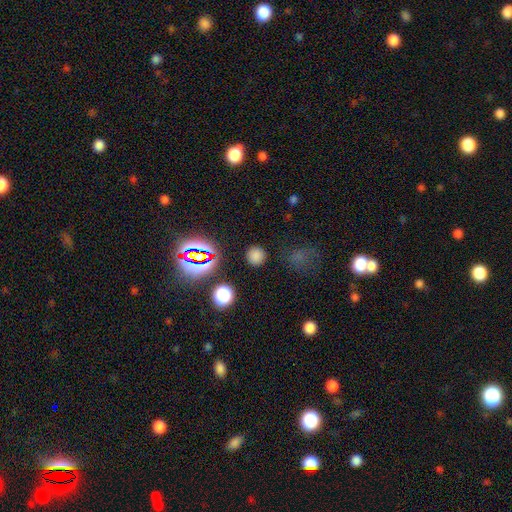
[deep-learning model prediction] Smooth or featured? smooth (74%)
How rounded? round (93%)
Merging? none (88%)